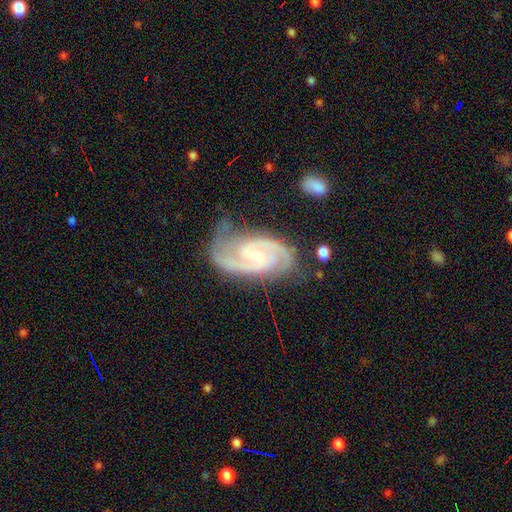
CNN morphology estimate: This appears to be a featured or disk galaxy (91%) with a weak bar (49%), 2 (85%) medium (50%) spiral arms (98%) and a small central bulge (70%). Merging: none (68%).